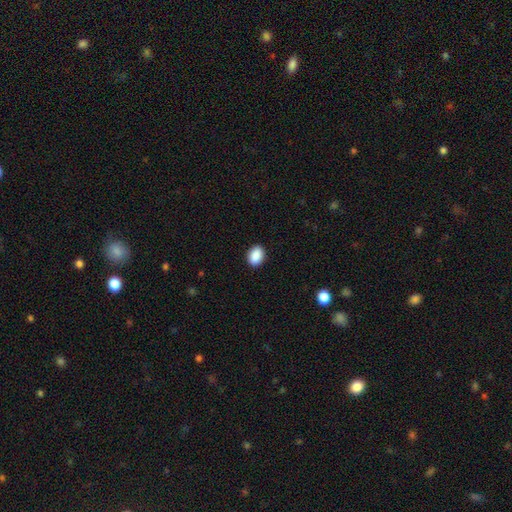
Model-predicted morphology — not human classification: Smooth or featured? Predicted: smooth (p=0.90). How rounded? Predicted: in between (p=0.77). Merging? Predicted: none (p=0.90).